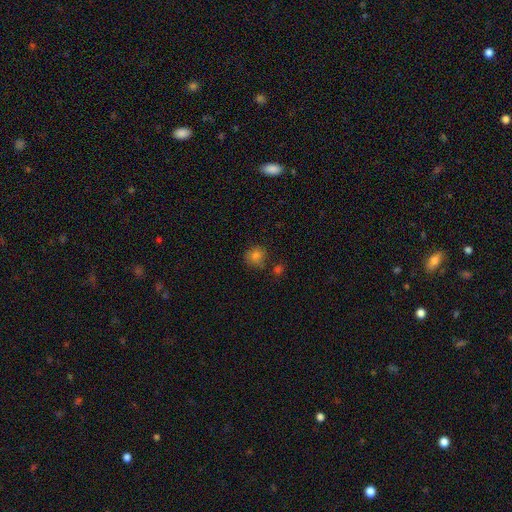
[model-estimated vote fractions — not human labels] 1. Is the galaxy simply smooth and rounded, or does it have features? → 78% smooth, 14% star or artifact, 9% featured or disk.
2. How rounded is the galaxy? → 84% round, 15% in between, 1% cigar-shaped.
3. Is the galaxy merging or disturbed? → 72% none, 16% minor disturbance, 8% merger, 4% major disturbance.